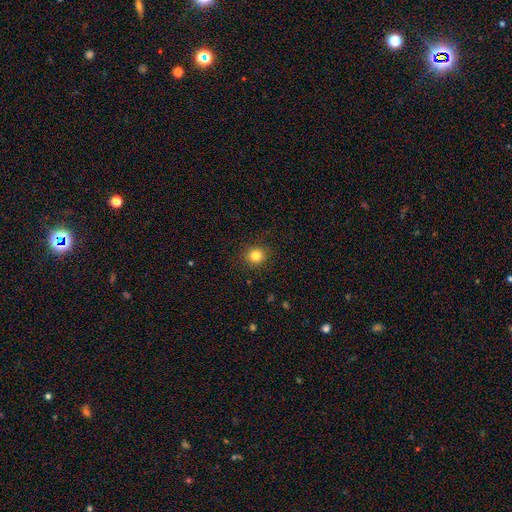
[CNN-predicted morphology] Smooth or featured? smooth (82%)
How rounded? round (88%)
Merging? none (91%)